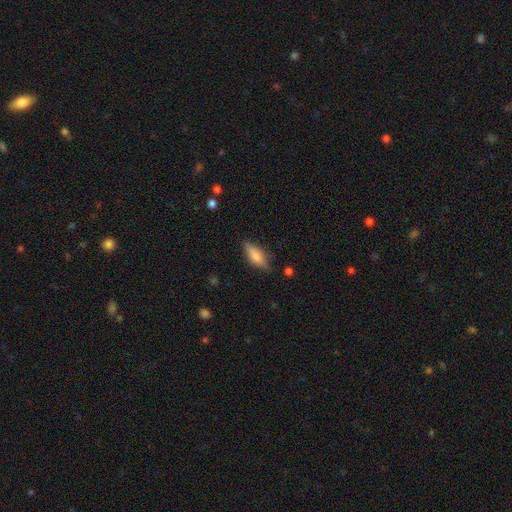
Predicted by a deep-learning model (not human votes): Q: Smooth or featured?
A: smooth (71%); runner-up: featured or disk (21%)
Q: How rounded?
A: in between (65%); runner-up: cigar-shaped (33%)
Q: Merging?
A: none (74%); runner-up: minor disturbance (19%)